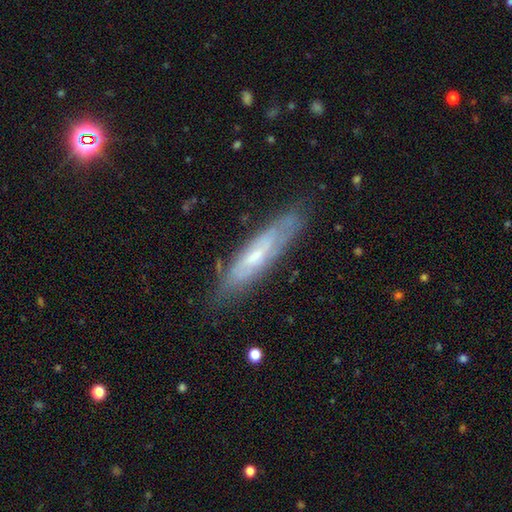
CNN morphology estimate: This appears to be a featured or disk galaxy (61%) viewed edge-on (52%). Merging: none (76%).